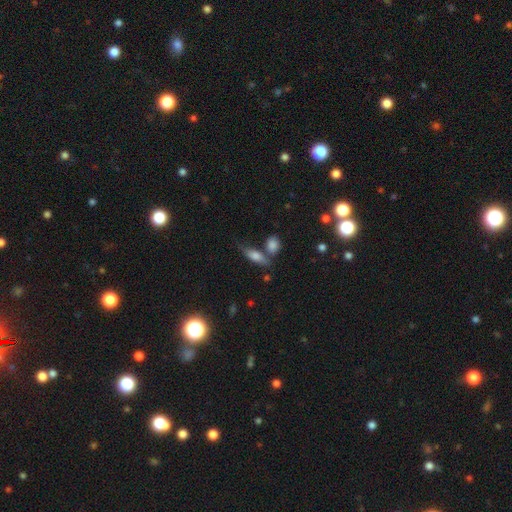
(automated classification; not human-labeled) smooth_or_featured: smooth (p=0.67) [alt: featured or disk p=0.25]
how_rounded: in between (p=0.59) [alt: cigar-shaped p=0.36]
merging: none (p=0.61) [alt: merger p=0.17]